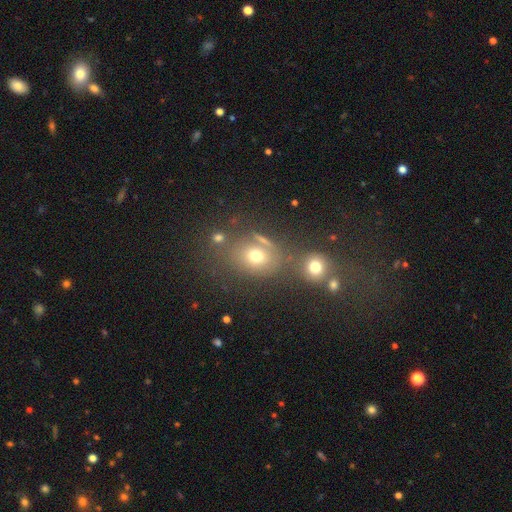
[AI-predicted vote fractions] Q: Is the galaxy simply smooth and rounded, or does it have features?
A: smooth — 51%.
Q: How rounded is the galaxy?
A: round — 64%.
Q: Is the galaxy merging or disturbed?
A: none — 43%.